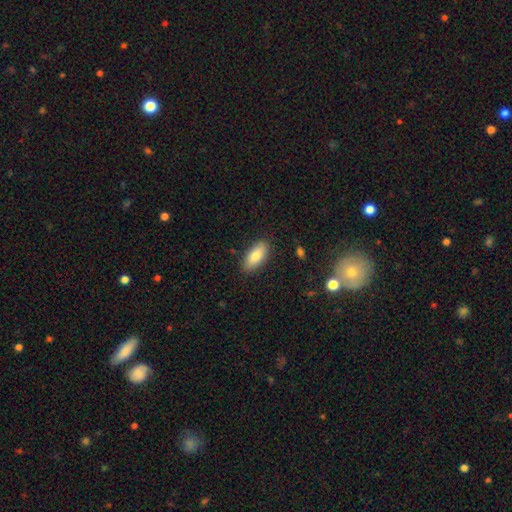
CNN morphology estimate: This appears to be a smooth galaxy with no disk features (81%) that is in between round and cigar-shaped (87%). Merging: none (86%).